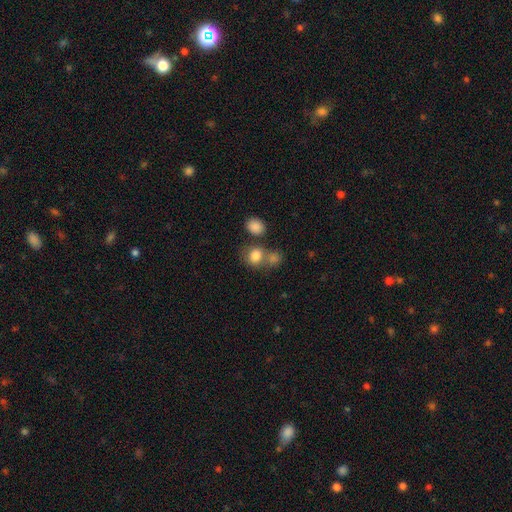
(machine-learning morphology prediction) Smooth or featured? Predicted: smooth (p=0.81). How rounded? Predicted: round (p=0.68). Merging? Predicted: none (p=0.49).